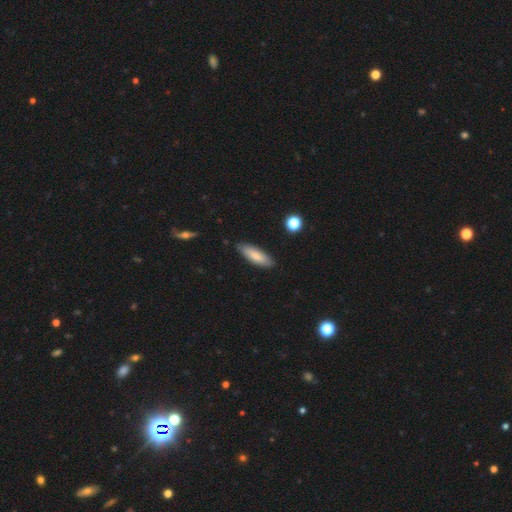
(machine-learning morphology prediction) A smooth galaxy with no disk features (82%) that is in between round and cigar-shaped (50%).

Vote fractions:
- Smooth or featured? smooth: 82% / featured or disk: 12% / star or artifact: 6%
- How rounded? in between: 50% / cigar-shaped: 49% / round: 2%
- Merging? none: 85% / minor disturbance: 12% / major disturbance: 2% / merger: 1%